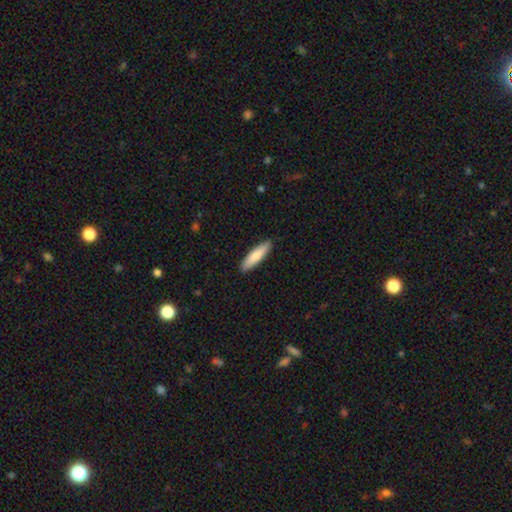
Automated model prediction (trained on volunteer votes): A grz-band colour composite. It shows a smooth galaxy with no disk features (82%) that is cigar-shaped (72%). Merging: none (90%).